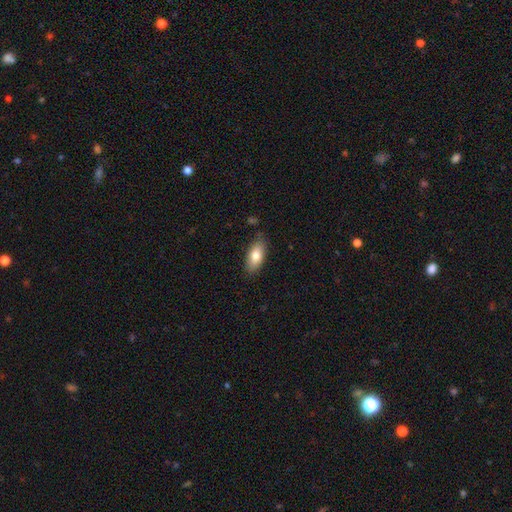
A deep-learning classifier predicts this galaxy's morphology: Smooth or featured? Predicted: smooth (p=0.80). How rounded? Predicted: in between (p=0.86). Merging? Predicted: none (p=0.82).